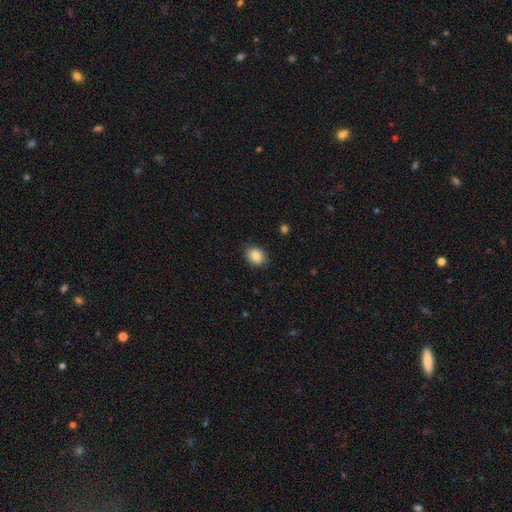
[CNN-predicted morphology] Q: Smooth or featured?
A: smooth (86%); runner-up: star or artifact (9%)
Q: How rounded?
A: round (50%); runner-up: in between (49%)
Q: Merging?
A: none (86%); runner-up: minor disturbance (10%)